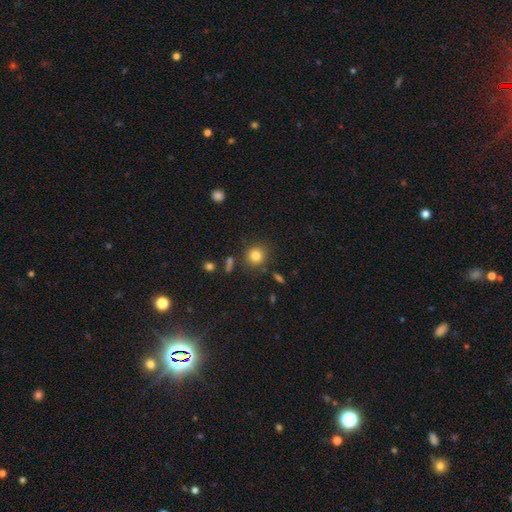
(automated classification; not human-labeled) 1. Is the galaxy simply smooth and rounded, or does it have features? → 81% smooth, 11% star or artifact, 7% featured or disk.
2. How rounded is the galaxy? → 89% round, 10% in between, 1% cigar-shaped.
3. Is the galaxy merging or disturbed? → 84% none, 9% minor disturbance, 4% merger, 3% major disturbance.